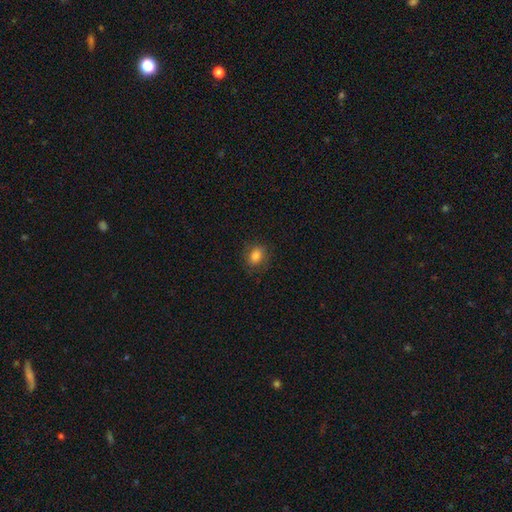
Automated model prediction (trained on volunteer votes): The model was most divided on "how rounded": in between: 60%, round: 38%, cigar-shaped: 2%. More confident: smooth or featured — smooth (80%); merging — none (79%).